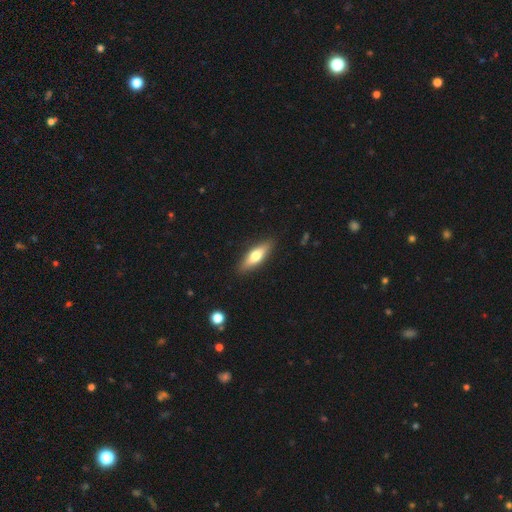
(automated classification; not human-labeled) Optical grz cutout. It shows a smooth galaxy with no disk features (62%) that is in between round and cigar-shaped (49%, tied with cigar-shaped). Merging: none (88%).